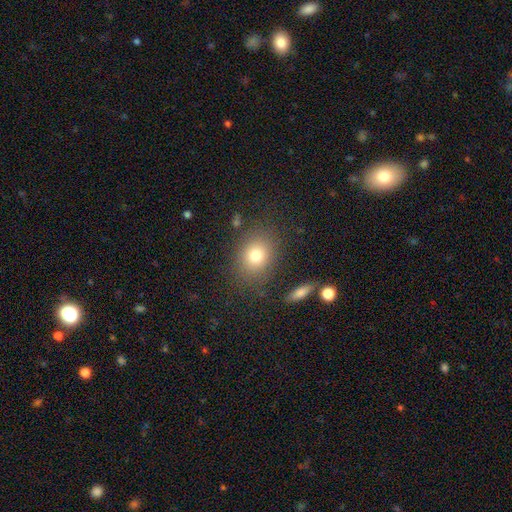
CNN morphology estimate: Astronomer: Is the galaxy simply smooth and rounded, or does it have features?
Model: smooth — 77%.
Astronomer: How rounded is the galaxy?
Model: round — 54% (runner-up: in between, 45%).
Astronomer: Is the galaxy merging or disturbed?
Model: none — 81%.